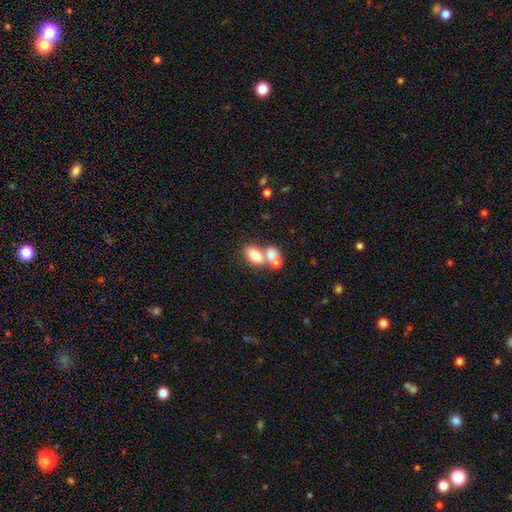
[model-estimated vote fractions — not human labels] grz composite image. It shows a smooth galaxy with no disk features (73%) that is in between round and cigar-shaped (83%). Merging: merger (55%).